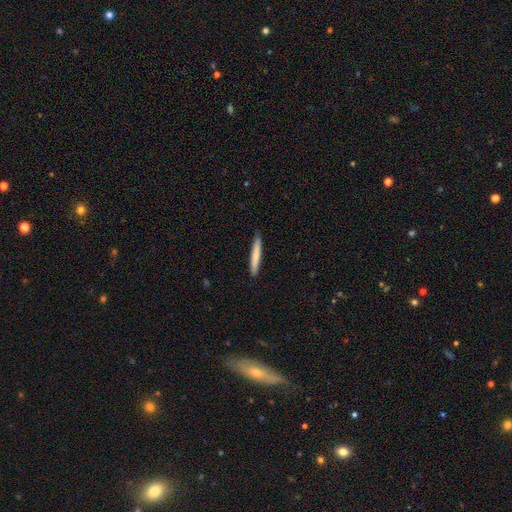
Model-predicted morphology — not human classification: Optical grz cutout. It shows a smooth galaxy with no disk features (72%) that is cigar-shaped (95%). Merging: none (87%).